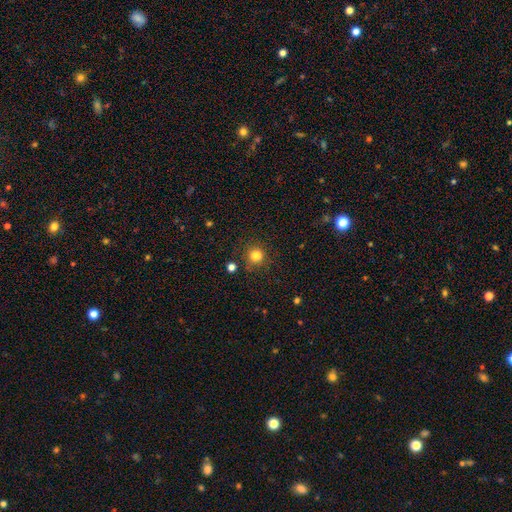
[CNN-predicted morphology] The model was most divided on "smooth or featured": smooth: 82%, star or artifact: 13%, featured or disk: 5%. More confident: how rounded — round (89%); merging — none (82%).